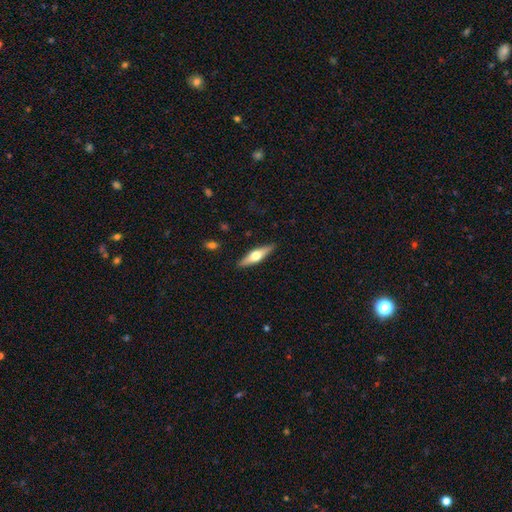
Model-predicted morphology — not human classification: smooth-or-featured: featured or disk: 55% | smooth: 40% | star or artifact: 5%
  disk-edge-on: yes: 94% | no: 6%
    edge-on-bulge: rounded: 94% | boxy: 3% | none: 2%
  merging: none: 90% | minor disturbance: 8% | major disturbance: 2% | merger: 1%